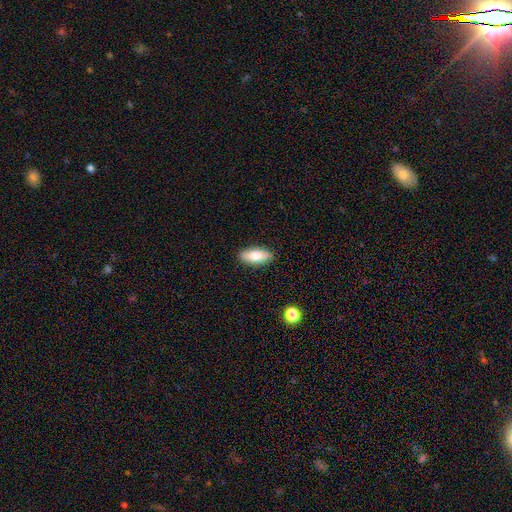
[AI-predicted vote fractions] Smooth or featured? Predicted: smooth (p=0.73). How rounded? Predicted: in between (p=0.80). Merging? Predicted: none (p=0.89).